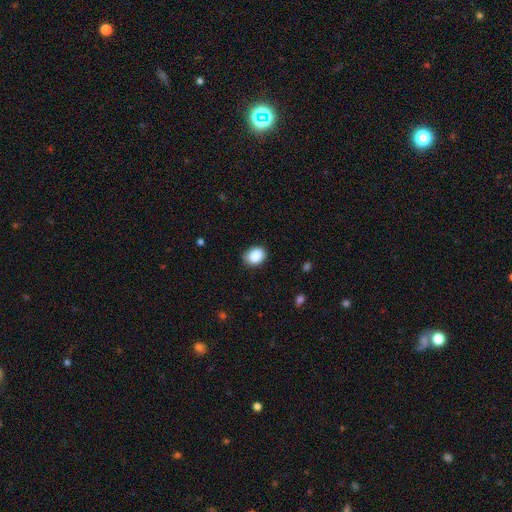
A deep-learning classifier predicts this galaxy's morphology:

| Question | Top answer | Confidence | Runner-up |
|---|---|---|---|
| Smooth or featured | smooth | 88% | star or artifact (8%) |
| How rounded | in between | 61% | round (38%) |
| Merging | none | 78% | minor disturbance (17%) |